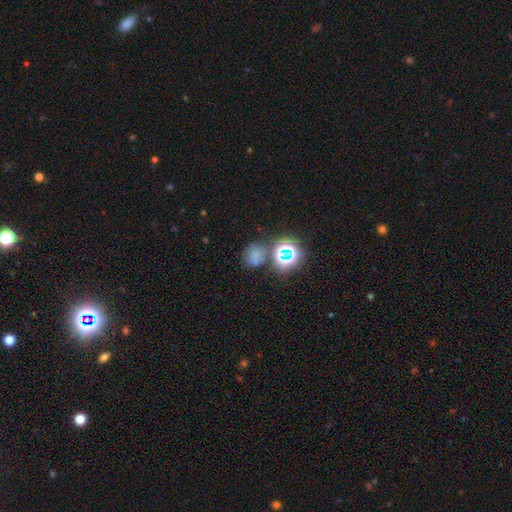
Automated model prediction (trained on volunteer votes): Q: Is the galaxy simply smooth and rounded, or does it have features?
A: smooth — 56%.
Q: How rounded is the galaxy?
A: round — 63%.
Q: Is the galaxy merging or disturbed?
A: none — 55%.